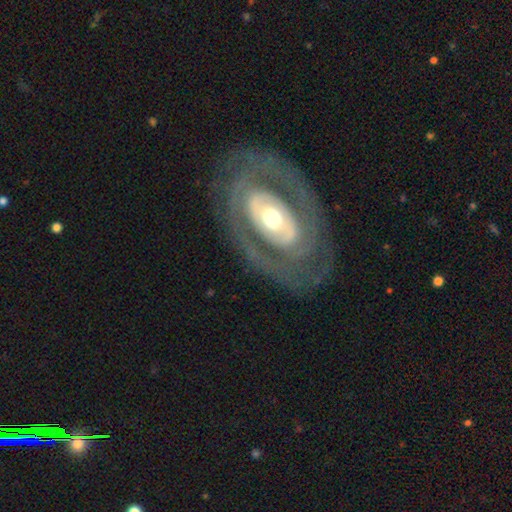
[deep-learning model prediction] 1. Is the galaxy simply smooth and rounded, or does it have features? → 78% featured or disk, 17% smooth, 5% star or artifact.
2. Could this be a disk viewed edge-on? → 93% no, 7% yes.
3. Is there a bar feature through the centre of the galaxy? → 64% no, 20% weak, 16% strong.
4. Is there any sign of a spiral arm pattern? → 50% no (tied), 50% yes (tied).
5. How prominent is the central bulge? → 61% moderate, 23% small, 13% large, 2% dominant, 1% none.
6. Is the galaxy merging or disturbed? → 81% none, 11% minor disturbance, 7% major disturbance, 1% merger.